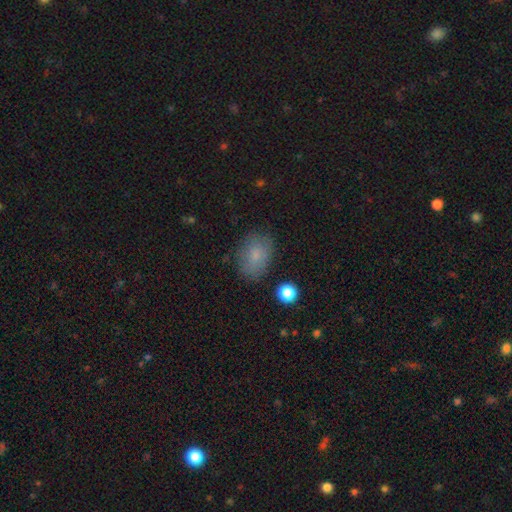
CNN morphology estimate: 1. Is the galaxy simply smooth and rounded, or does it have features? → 80% smooth, 10% featured or disk, 10% star or artifact.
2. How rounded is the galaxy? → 78% in between, 21% round, 1% cigar-shaped.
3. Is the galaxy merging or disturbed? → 79% none, 15% minor disturbance, 4% major disturbance, 2% merger.